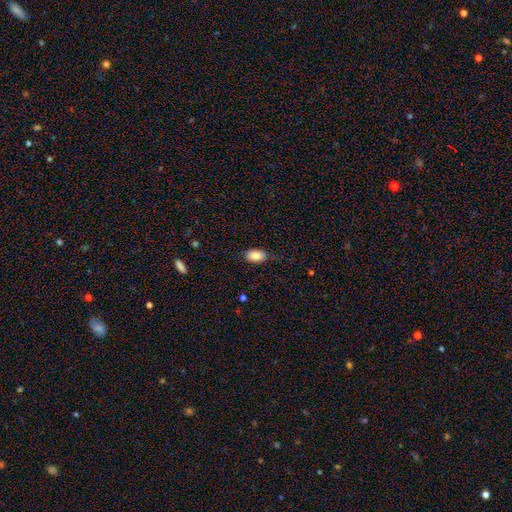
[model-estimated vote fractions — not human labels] smooth 86%, star or artifact 8%, featured or disk 7%. Down the decision tree: how rounded — in between (91%); merging — none (73%).